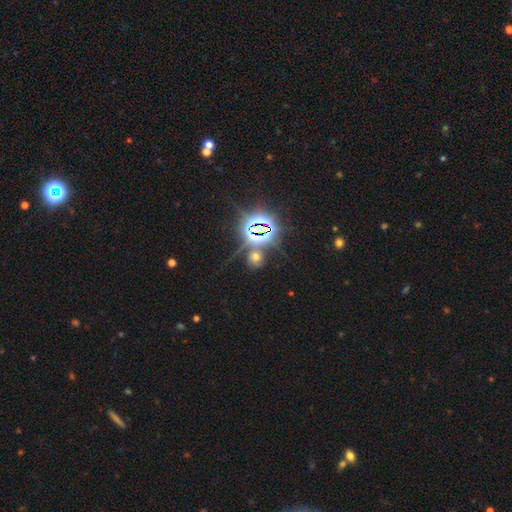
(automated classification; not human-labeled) Overall: star or artifact (70%).